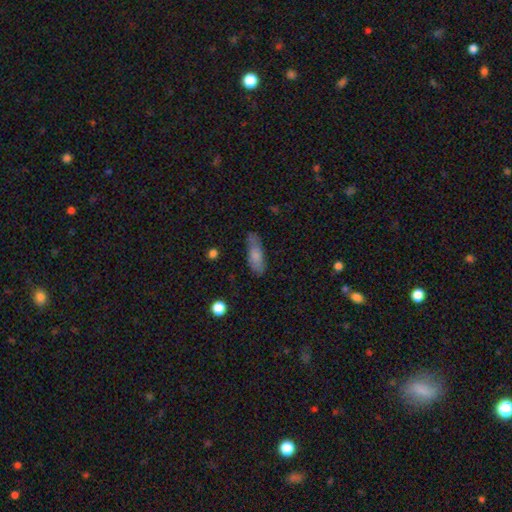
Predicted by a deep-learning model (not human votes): smooth-or-featured: smooth: 77% | featured or disk: 16% | star or artifact: 7%
  how-rounded: in between: 59% | cigar-shaped: 39% | round: 2%
  merging: none: 73% | minor disturbance: 20% | major disturbance: 5% | merger: 2%